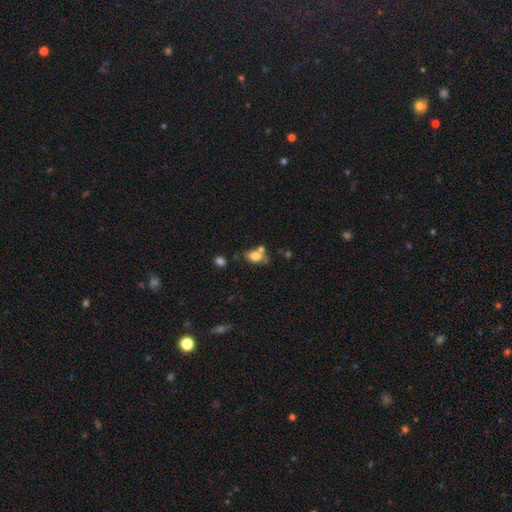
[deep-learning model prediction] Smooth or featured?
  - smooth: 77% *
  - featured or disk: 13%
  - star or artifact: 10%
How rounded?
  - in between: 74% *
  - round: 24%
  - cigar-shaped: 2%
Merging?
  - none: 48% *
  - merger: 28%
  - minor disturbance: 17%
  - major disturbance: 7%